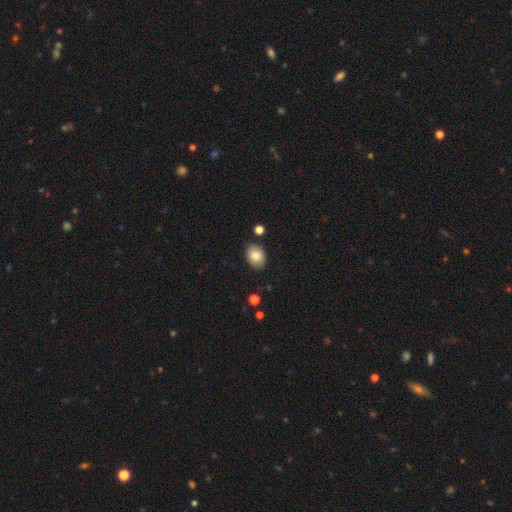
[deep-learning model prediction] smooth 84%, featured or disk 8%, star or artifact 8%. Down the decision tree: how rounded — in between (70%); merging — none (86%).